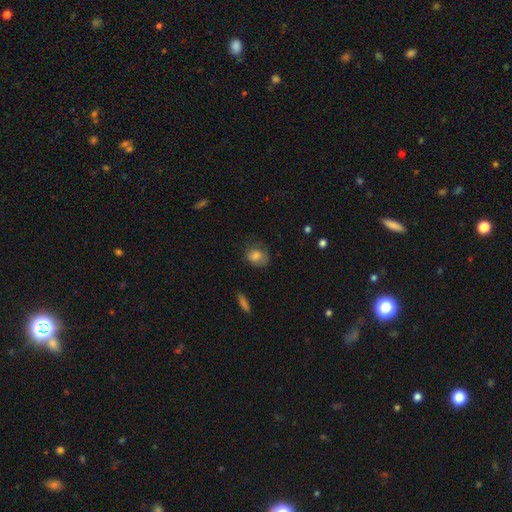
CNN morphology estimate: type=smooth (78%); roundness=round (57%); merging=none (57%).